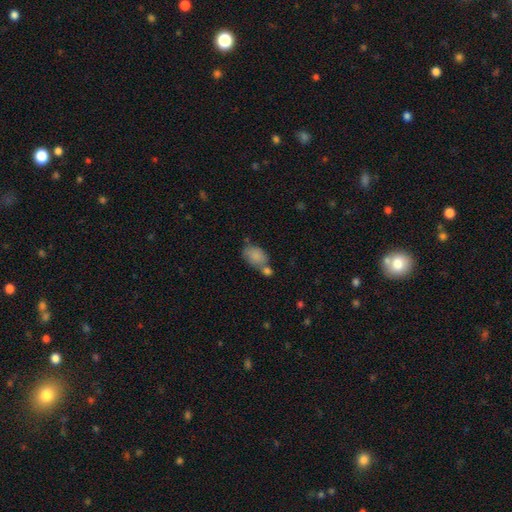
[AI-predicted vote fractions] smooth-or-featured: smooth: 83% | featured or disk: 9% | star or artifact: 8%
  how-rounded: in between: 86% | round: 13% | cigar-shaped: 2%
  merging: none: 45% | merger: 32% | minor disturbance: 17% | major disturbance: 6%